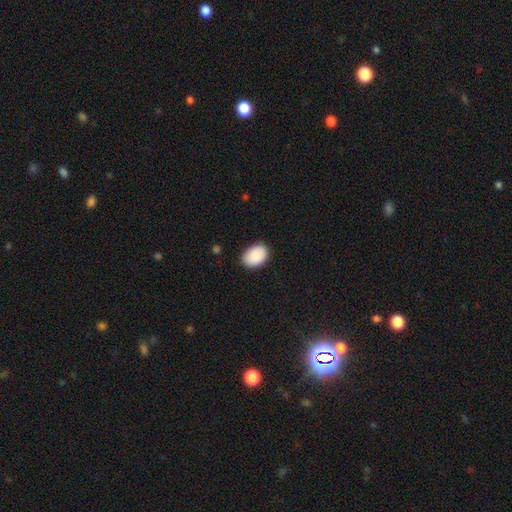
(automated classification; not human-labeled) Smooth or featured: smooth — 89% (star or artifact — 6%)
How rounded: in between — 79% (round — 20%)
Merging: none — 84% (minor disturbance — 13%)